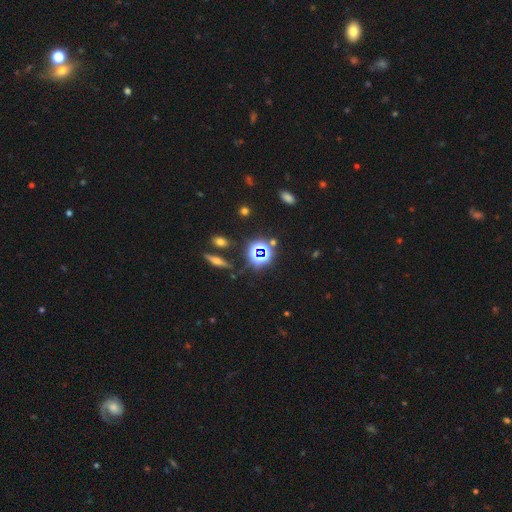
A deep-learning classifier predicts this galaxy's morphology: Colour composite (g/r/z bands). It shows a star or artifact, not a galaxy (59%).